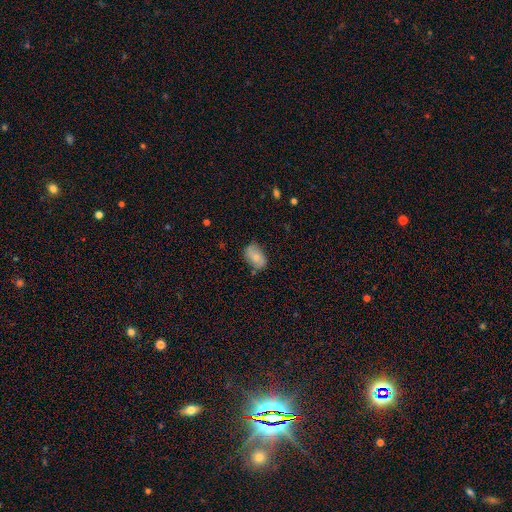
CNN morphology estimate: This is likely a smooth galaxy (70%). How rounded: clearly in between (89%). Merging: likely none (70%).